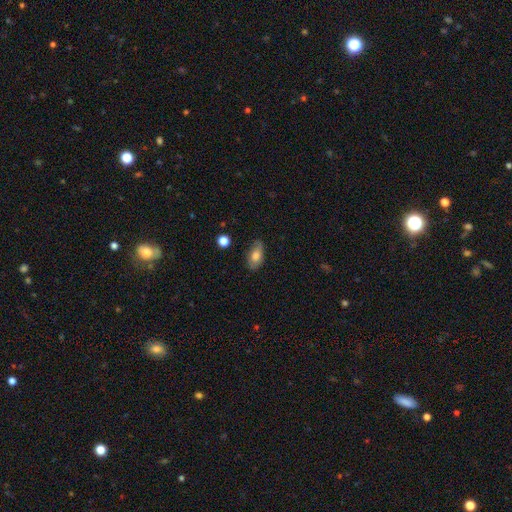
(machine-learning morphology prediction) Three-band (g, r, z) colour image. It shows a smooth galaxy with no disk features (70%) that is in between round and cigar-shaped (90%). Merging: none (74%).